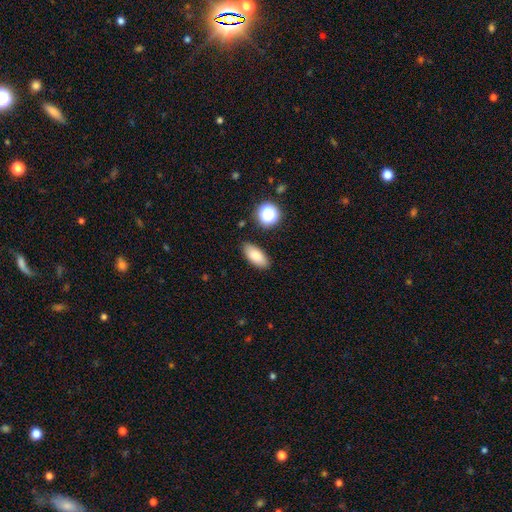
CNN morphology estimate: This appears to be a smooth galaxy with no disk features (82%) that is in between round and cigar-shaped (85%). Merging: none (86%).